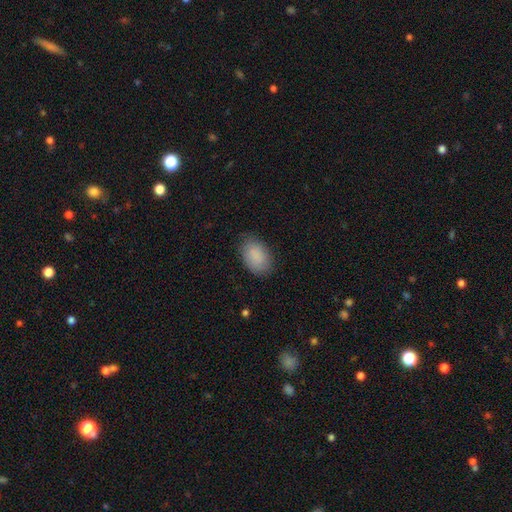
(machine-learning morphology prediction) Q: Smooth or featured?
A: smooth (86%); runner-up: featured or disk (7%)
Q: How rounded?
A: in between (87%); runner-up: round (12%)
Q: Merging?
A: none (79%); runner-up: minor disturbance (16%)